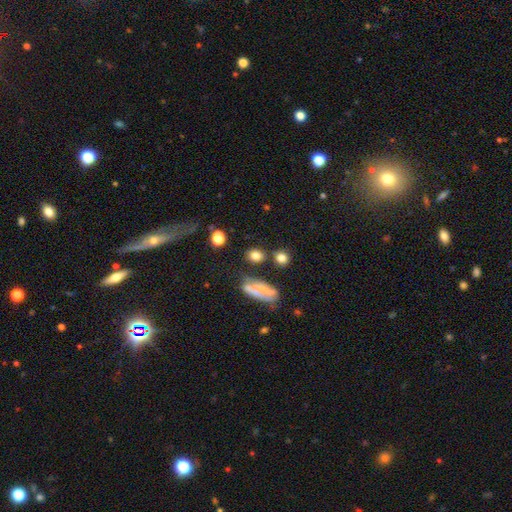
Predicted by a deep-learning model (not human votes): Q: Smooth or featured?
A: smooth (76%); runner-up: star or artifact (12%)
Q: How rounded?
A: round (60%); runner-up: in between (37%)
Q: Merging?
A: none (69%); runner-up: minor disturbance (14%)